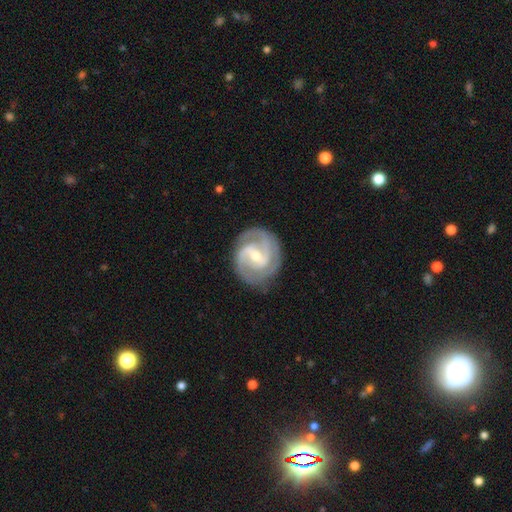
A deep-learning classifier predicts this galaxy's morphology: featured or disk 89%, smooth 7%, star or artifact 4%. Down the decision tree: edge-on disk — no (98%); bar — weak (51%); spiral arms — yes (97%); spiral arm count — 2 (70%); spiral winding — tight (47%); bulge size — moderate (50%); merging — none (80%).